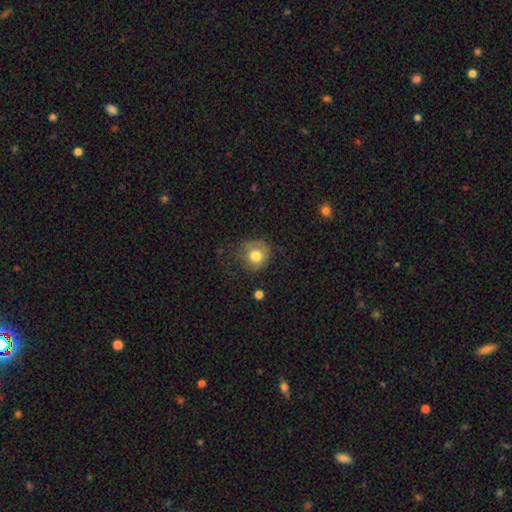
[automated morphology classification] type=smooth (76%); roundness=round (81%); merging=none (54%).